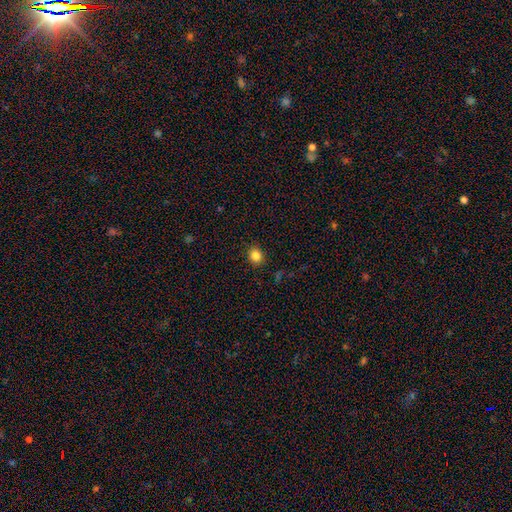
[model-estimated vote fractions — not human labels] This is clearly a smooth galaxy (83%). How rounded: likely round (73%). Merging: clearly none (89%).